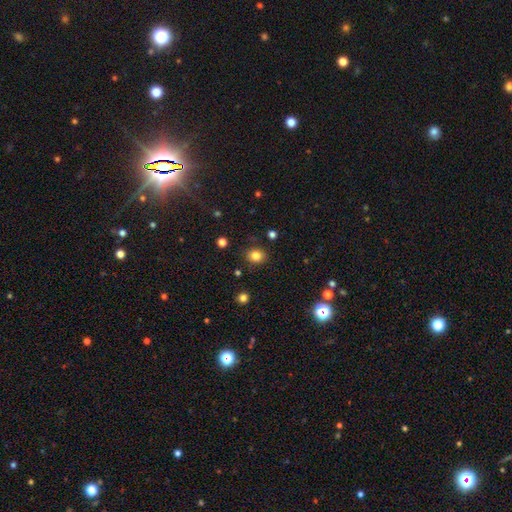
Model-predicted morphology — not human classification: Q: Smooth or featured?
A: smooth (82%); runner-up: star or artifact (12%)
Q: How rounded?
A: round (67%); runner-up: in between (32%)
Q: Merging?
A: none (85%); runner-up: minor disturbance (10%)